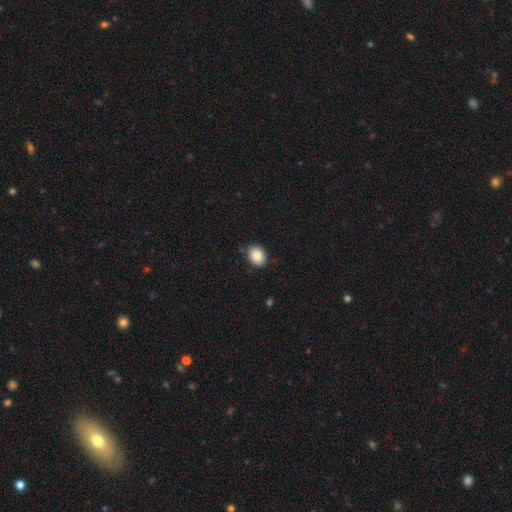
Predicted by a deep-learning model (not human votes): Smooth or featured: smooth — 85% (star or artifact — 8%)
How rounded: in between — 53% (round — 46%)
Merging: none — 80% (minor disturbance — 15%)